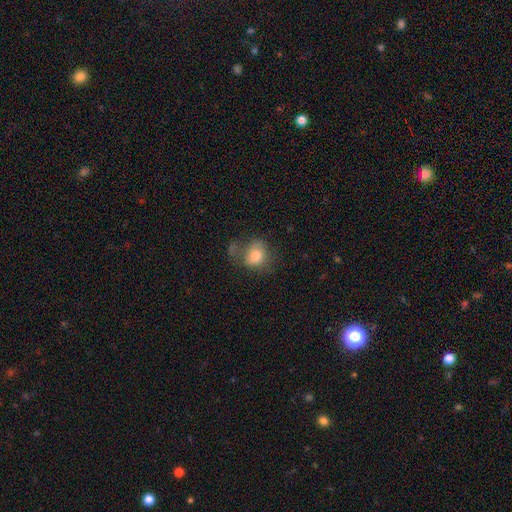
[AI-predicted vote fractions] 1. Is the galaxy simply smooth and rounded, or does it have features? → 75% smooth, 16% featured or disk, 9% star or artifact.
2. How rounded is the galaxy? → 51% round, 48% in between, 1% cigar-shaped.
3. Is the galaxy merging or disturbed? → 40% none, 26% minor disturbance, 22% major disturbance, 11% merger.